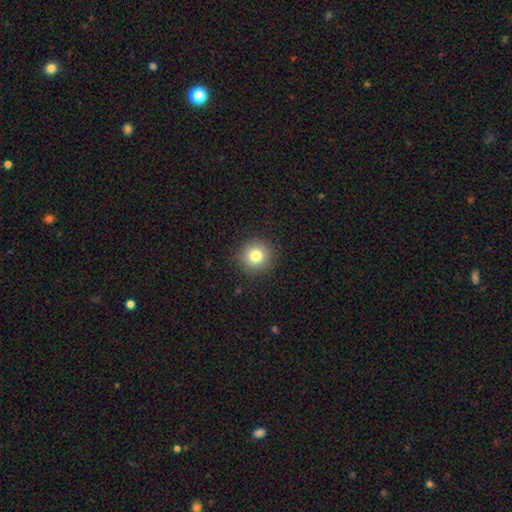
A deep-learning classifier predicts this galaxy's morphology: Smooth or featured? Predicted: smooth (p=0.80). How rounded? Predicted: round (p=0.94). Merging? Predicted: none (p=0.90).